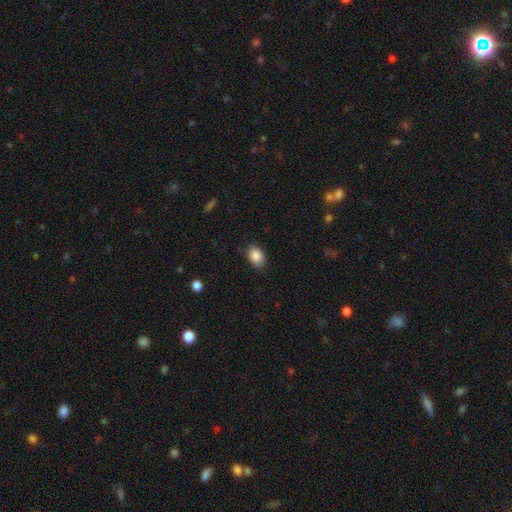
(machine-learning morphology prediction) Smooth or featured? smooth (88%)
How rounded? in between (80%)
Merging? none (85%)